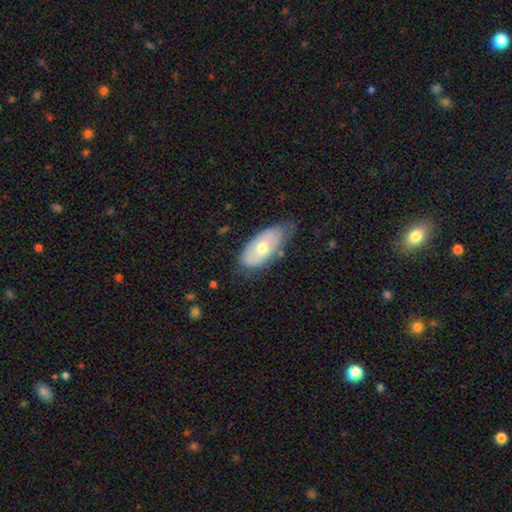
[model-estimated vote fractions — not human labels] Smooth or featured? Predicted: featured or disk (p=0.46, tied with smooth). Merging? Predicted: none (p=0.65).